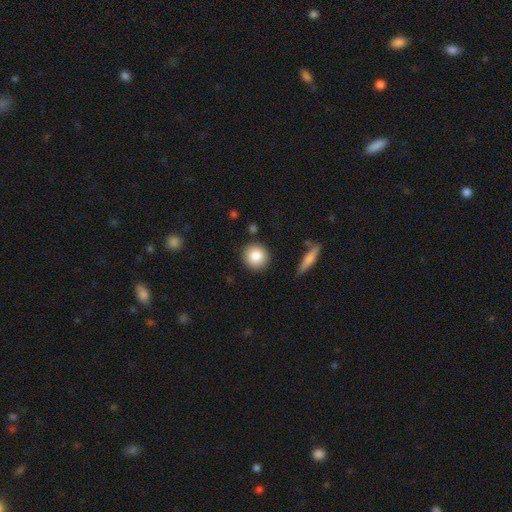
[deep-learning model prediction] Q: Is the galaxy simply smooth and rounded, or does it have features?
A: smooth — 85%.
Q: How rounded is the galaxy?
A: round — 90%.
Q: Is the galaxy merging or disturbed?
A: none — 88%.